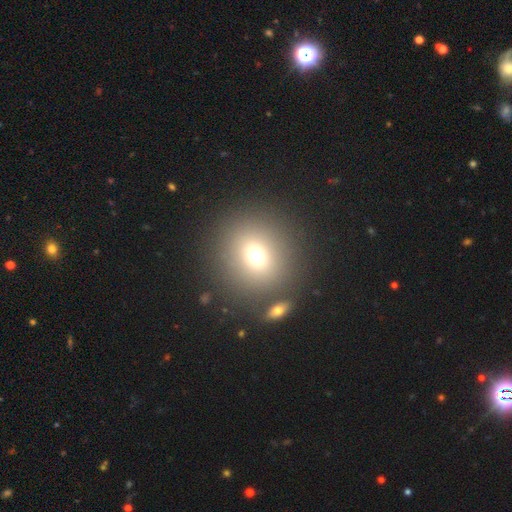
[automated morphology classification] smooth_or_featured: smooth (p=0.71) [alt: star or artifact p=0.16]
how_rounded: round (p=0.86) [alt: in between p=0.13]
merging: none (p=0.81) [alt: merger p=0.08]